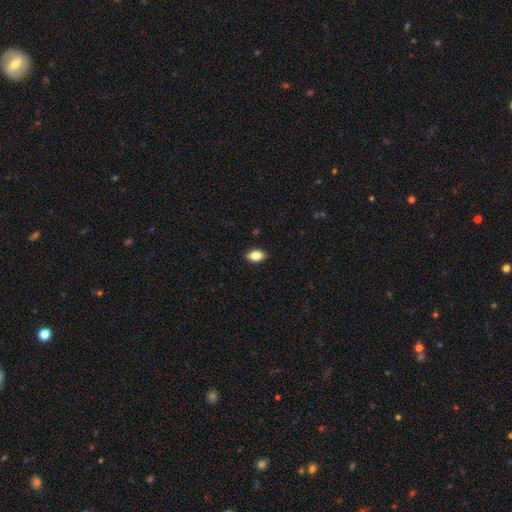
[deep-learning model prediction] smooth 84%, featured or disk 8%, star or artifact 8%. Down the decision tree: how rounded — in between (91%); merging — none (89%).